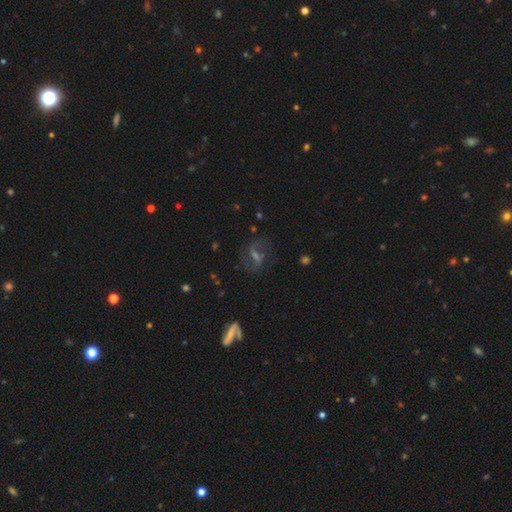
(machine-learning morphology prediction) A featured or disk galaxy (66%) with a weak bar (47%), 2 (81%) loose (43%) spiral arms (84%) and a small central bulge (39%). Merging: none (74%).